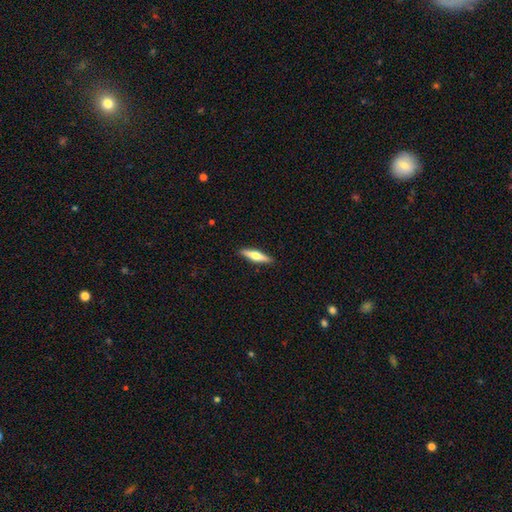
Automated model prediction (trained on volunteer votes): This appears to be a smooth galaxy with no disk features (51%) that is cigar-shaped (76%). Merging: none (90%).